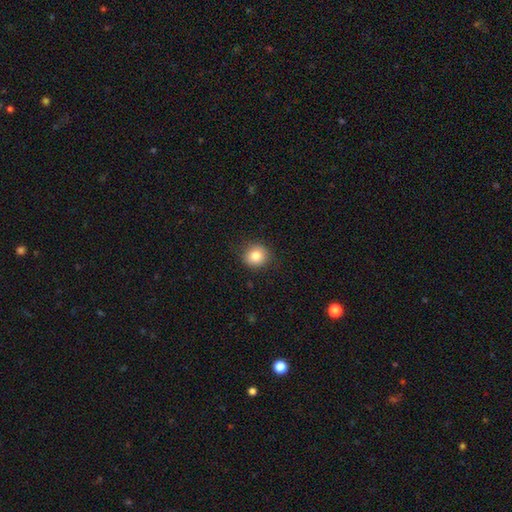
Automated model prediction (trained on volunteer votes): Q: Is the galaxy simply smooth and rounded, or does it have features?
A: smooth — 83%.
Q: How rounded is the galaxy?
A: round — 84%.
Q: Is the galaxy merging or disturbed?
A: none — 87%.